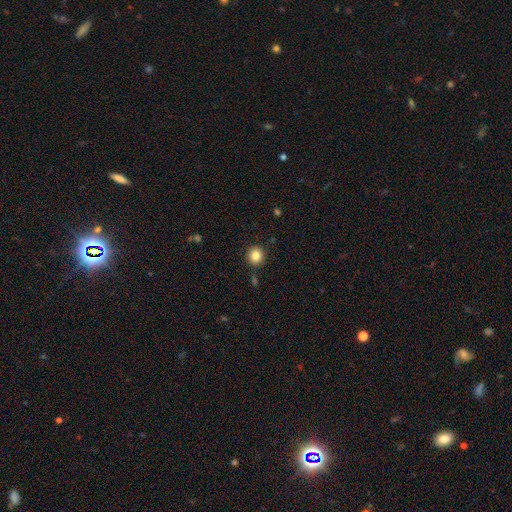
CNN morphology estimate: The model was most divided on "smooth or featured": smooth: 84%, star or artifact: 11%, featured or disk: 5%. More confident: how rounded — round (90%); merging — none (90%).